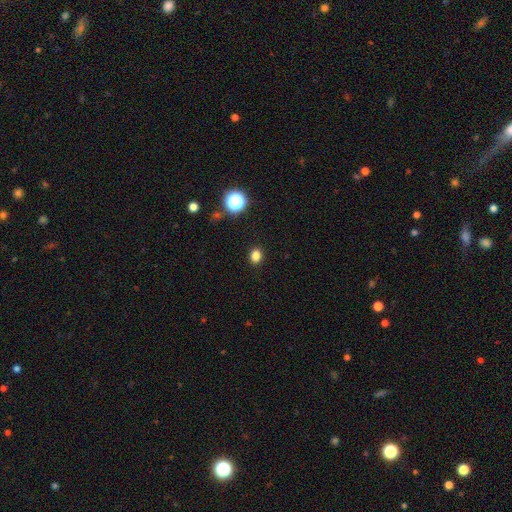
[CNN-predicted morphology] This is clearly a smooth galaxy (82%). How rounded: possibly round (53%). Merging: clearly none (91%).